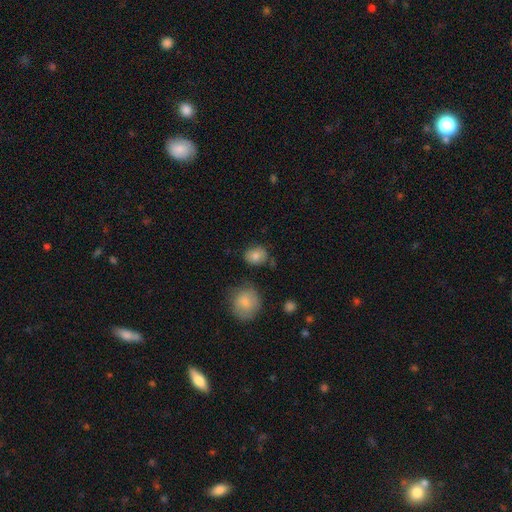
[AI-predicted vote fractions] Smooth or featured? smooth (81%)
How rounded? round (61%)
Merging? none (73%)